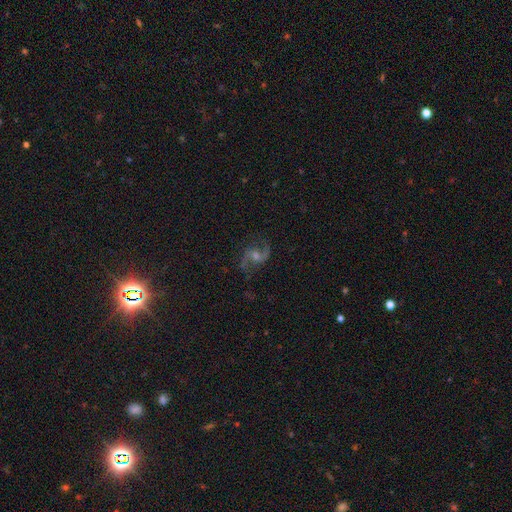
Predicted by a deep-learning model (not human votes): Smooth or featured? featured or disk (86%)
Edge-on disk? no (98%)
Bar? no (45%)
Spiral arms? yes (98%)
Spiral winding? loose (48%)
Spiral arm count? 2 (93%)
Bulge size? moderate (53%)
Merging? none (81%)